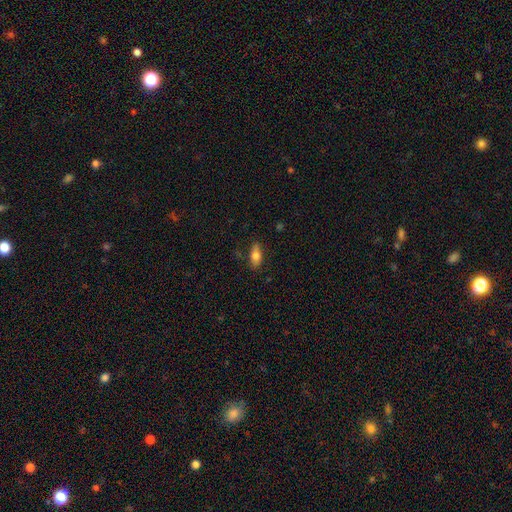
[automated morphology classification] A smooth galaxy with no disk features (75%) that is in between round and cigar-shaped (78%). Merging: none (82%).